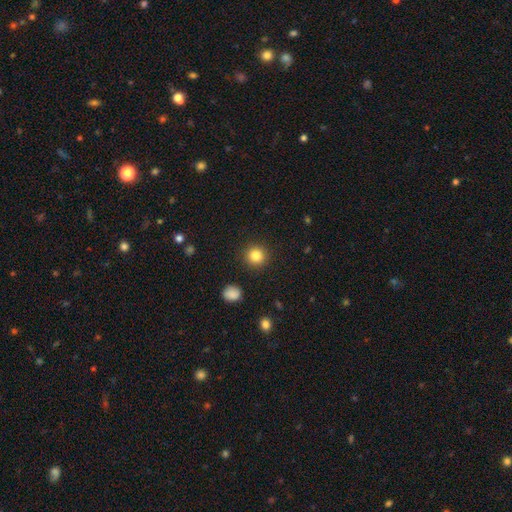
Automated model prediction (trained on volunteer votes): Overall: smooth (84%). How rounded: round (93%). Merging: none (91%).